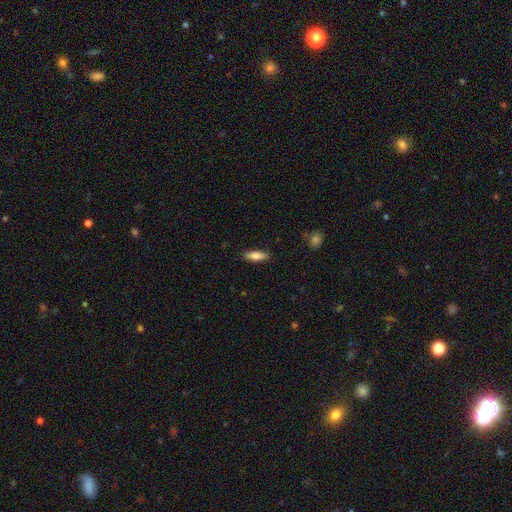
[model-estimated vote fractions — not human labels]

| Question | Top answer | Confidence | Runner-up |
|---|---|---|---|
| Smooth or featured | smooth | 79% | featured or disk (15%) |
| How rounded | in between | 55% | cigar-shaped (43%) |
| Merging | none | 88% | minor disturbance (9%) |